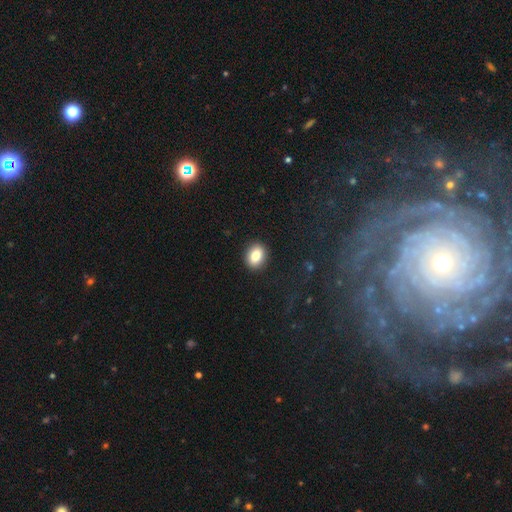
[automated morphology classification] Smooth or featured? smooth (83%)
How rounded? in between (61%)
Merging? none (90%)